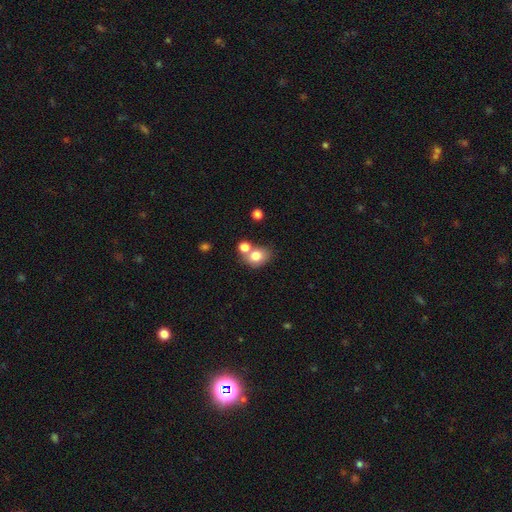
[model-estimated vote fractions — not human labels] Q: Smooth or featured?
A: smooth (78%); runner-up: featured or disk (12%)
Q: How rounded?
A: round (51%); runner-up: in between (48%)
Q: Merging?
A: none (45%); runner-up: merger (39%)